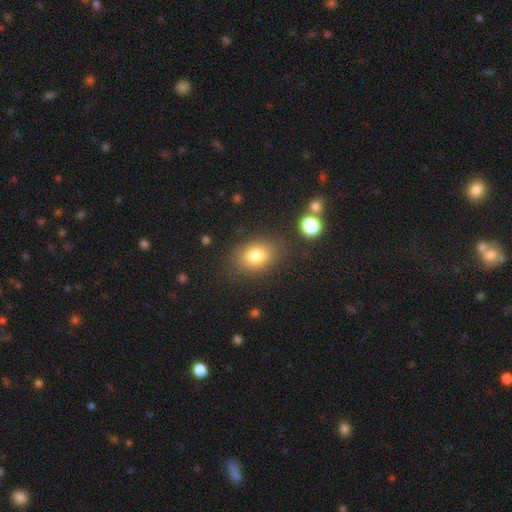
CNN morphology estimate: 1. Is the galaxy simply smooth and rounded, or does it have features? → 79% smooth, 11% star or artifact, 10% featured or disk.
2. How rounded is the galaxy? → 71% in between, 27% round, 1% cigar-shaped.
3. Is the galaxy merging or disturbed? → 81% none, 12% minor disturbance, 5% major disturbance, 2% merger.